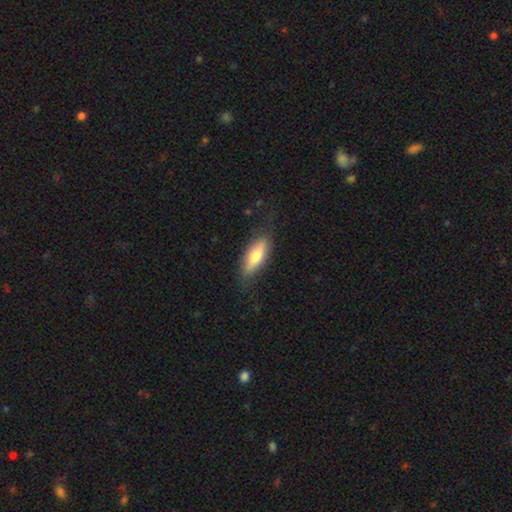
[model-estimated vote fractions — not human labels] Overall: smooth (66%; featured or disk 29%). How rounded: in between (66%; cigar-shaped 32%). Merging: none (78%).